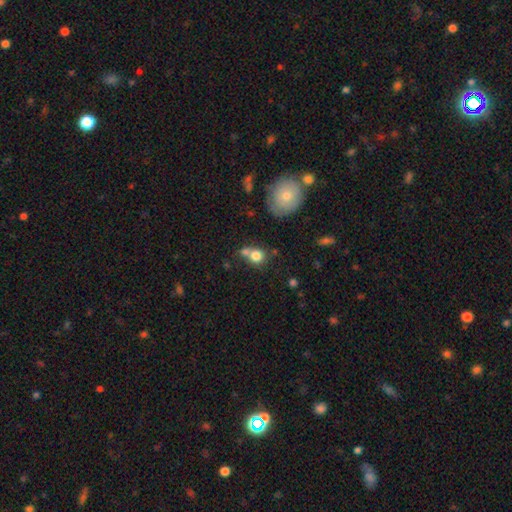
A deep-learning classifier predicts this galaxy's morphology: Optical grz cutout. It shows a smooth galaxy with no disk features (80%) that is round (83%). Merging: none (46%).